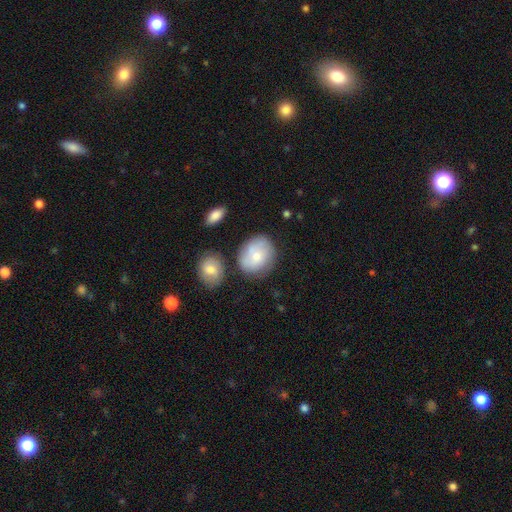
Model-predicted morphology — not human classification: Smooth or featured? Predicted: smooth (p=0.63). How rounded? Predicted: round (p=0.67). Merging? Predicted: none (p=0.66).